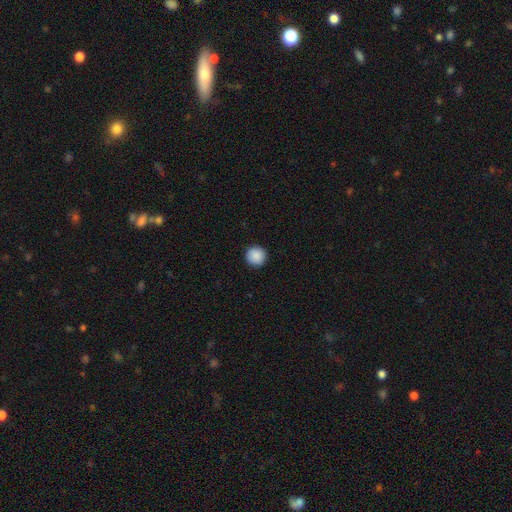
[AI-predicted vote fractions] This appears to be a smooth galaxy with no disk features (89%) that is round (96%). Merging: none (93%).